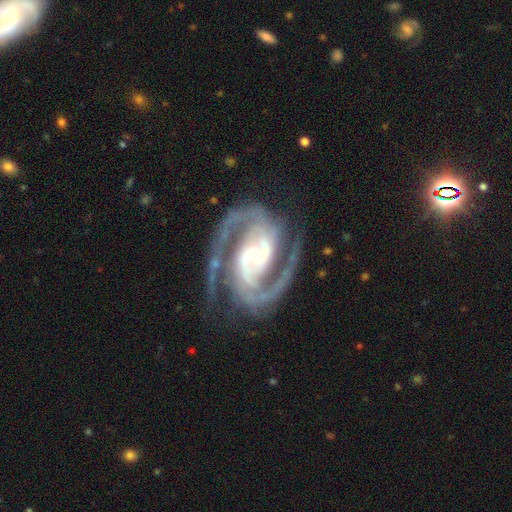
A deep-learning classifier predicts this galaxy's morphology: smooth-or-featured: featured or disk: 94% | star or artifact: 4% | smooth: 3%
  disk-edge-on: no: 98% | yes: 2%
    bar: strong: 40% | weak: 36% | no: 24%
    has-spiral-arms: yes: 98% | no: 2%
      spiral-winding: medium: 56% | tight: 28% | loose: 15%
      spiral-arm-count: 2: 89% | 3: 3% | can't tell: 2% | 1: 2% | 4: 2% | more than 4: 2%
    bulge-size: moderate: 56% | small: 38% | large: 4% | dominant: 1% | none: 1%
  merging: none: 72% | minor disturbance: 14% | major disturbance: 12% | merger: 3%